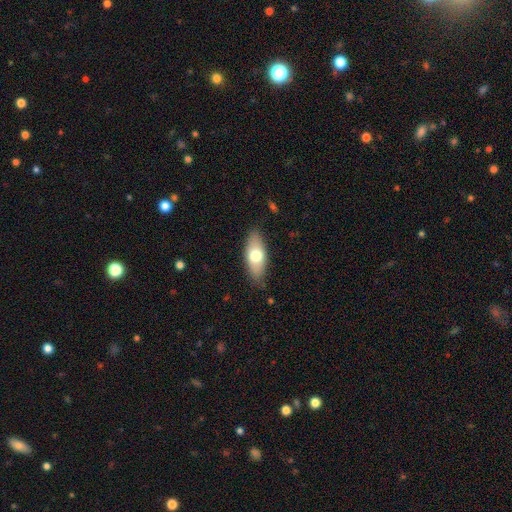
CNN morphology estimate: The model was most divided on "smooth or featured": smooth: 68%, featured or disk: 26%, star or artifact: 6%. More confident: merging — none (83%); how rounded — in between (81%).